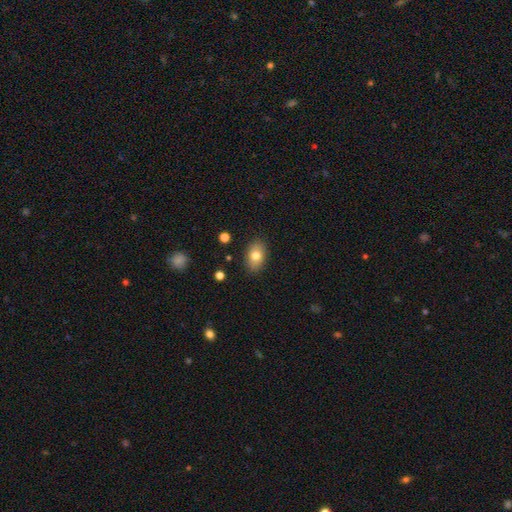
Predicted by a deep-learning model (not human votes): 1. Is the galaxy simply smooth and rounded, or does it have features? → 77% smooth, 14% featured or disk, 9% star or artifact.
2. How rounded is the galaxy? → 83% in between, 16% round, 2% cigar-shaped.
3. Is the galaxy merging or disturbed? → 87% none, 10% minor disturbance, 2% major disturbance, 1% merger.